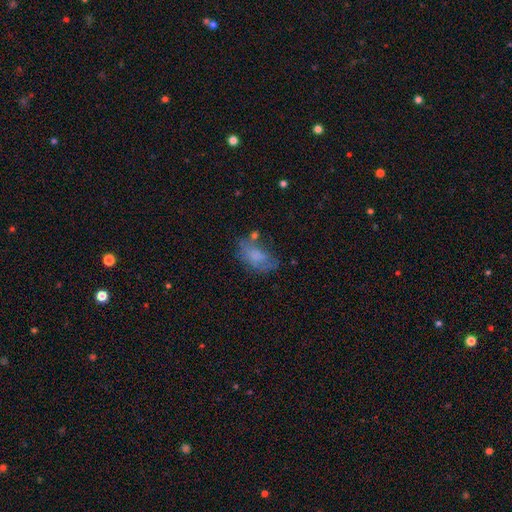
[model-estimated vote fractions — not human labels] Smooth or featured? Predicted: smooth (p=0.62). How rounded? Predicted: in between (p=0.89). Merging? Predicted: none (p=0.44).